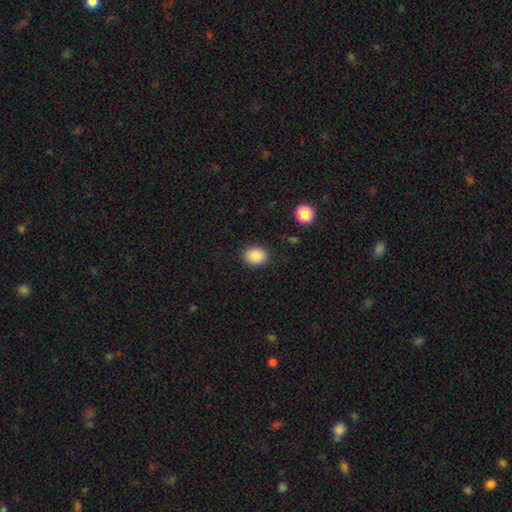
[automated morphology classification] smooth-or-featured: smooth: 88% | star or artifact: 9% | featured or disk: 3%
  how-rounded: round: 52% | in between: 47% | cigar-shaped: 1%
  merging: none: 87% | minor disturbance: 9% | major disturbance: 3% | merger: 1%